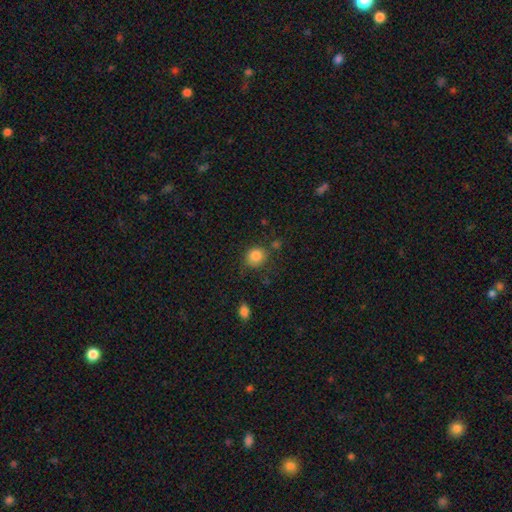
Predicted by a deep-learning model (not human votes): Overall: smooth (84%). How rounded: round (77%). Merging: none (74%).